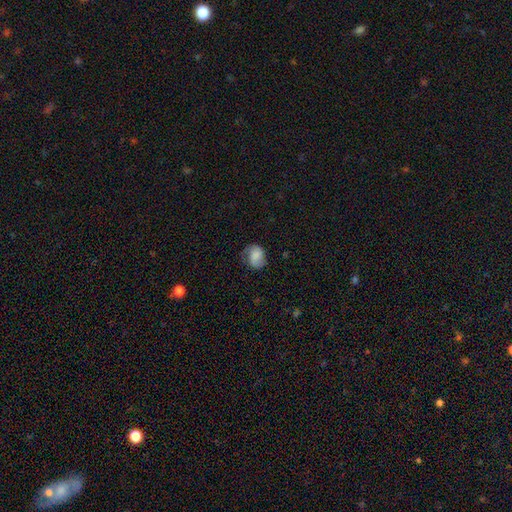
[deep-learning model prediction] The model was most divided on "how rounded": round: 52%, in between: 47%, cigar-shaped: 1%. More confident: smooth or featured — smooth (67%); merging — none (52%).